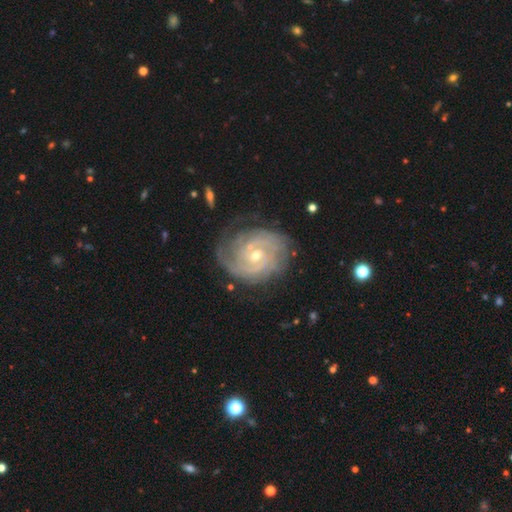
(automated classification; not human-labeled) This is clearly a featured or disk galaxy (89%). It is clearly not viewed edge-on (97%). Bar: likely no (62%). Spiral arm pattern: clearly yes (97%). Spiral arm count: marginally 2 (29%). Spiral winding: likely tight (77%). Central bulge: possibly small (55%). Merging: likely none (72%).